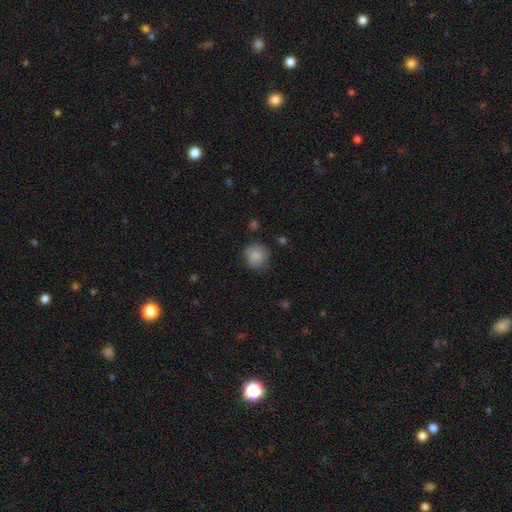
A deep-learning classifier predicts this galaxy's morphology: This appears to be a smooth galaxy with no disk features (85%) that is round (91%). Merging: none (79%).